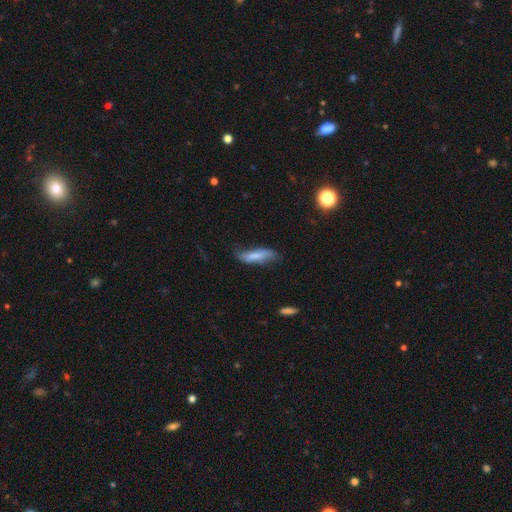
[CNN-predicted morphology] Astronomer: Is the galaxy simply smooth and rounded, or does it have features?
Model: smooth — 71%.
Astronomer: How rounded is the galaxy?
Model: cigar-shaped — 60% (runner-up: in between, 38%).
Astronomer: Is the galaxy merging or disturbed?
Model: none — 51% (runner-up: minor disturbance, 34%).